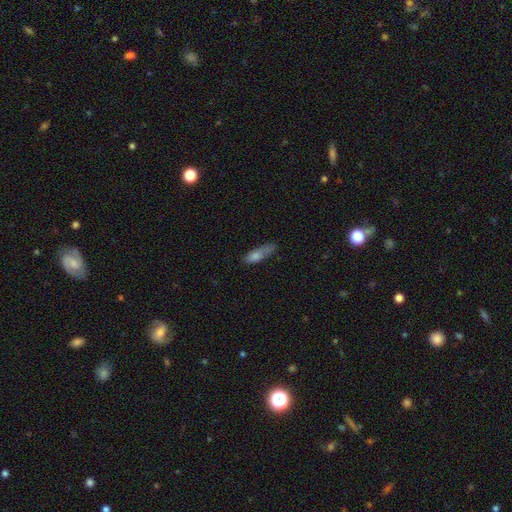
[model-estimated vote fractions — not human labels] Smooth or featured?
  - smooth: 70% *
  - featured or disk: 20%
  - star or artifact: 10%
How rounded?
  - cigar-shaped: 60% *
  - in between: 38%
  - round: 3%
Merging?
  - none: 51% *
  - minor disturbance: 32%
  - major disturbance: 14%
  - merger: 4%